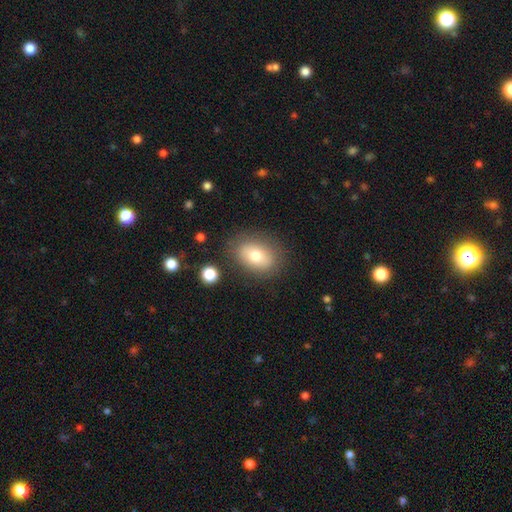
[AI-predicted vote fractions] Smooth or featured? smooth (74%)
How rounded? in between (73%)
Merging? none (80%)